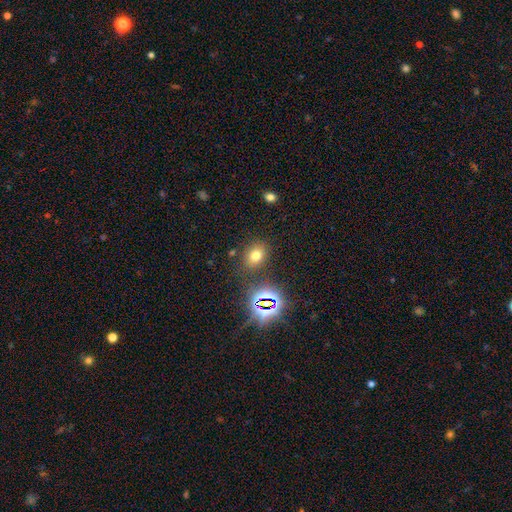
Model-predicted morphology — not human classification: A smooth galaxy with no disk features (67%) that is in between round and cigar-shaped (55%). Merging: none (82%).